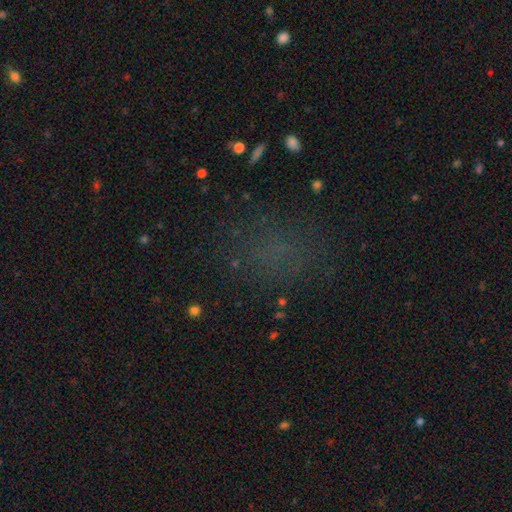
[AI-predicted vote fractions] Smooth or featured? smooth (49%)
Merging? none (71%)